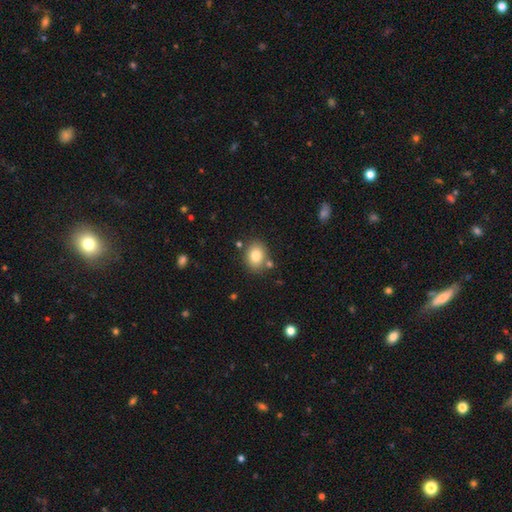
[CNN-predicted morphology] Smooth or featured: smooth — 81% (featured or disk — 9%)
How rounded: in between — 54% (round — 45%)
Merging: none — 78% (minor disturbance — 12%)